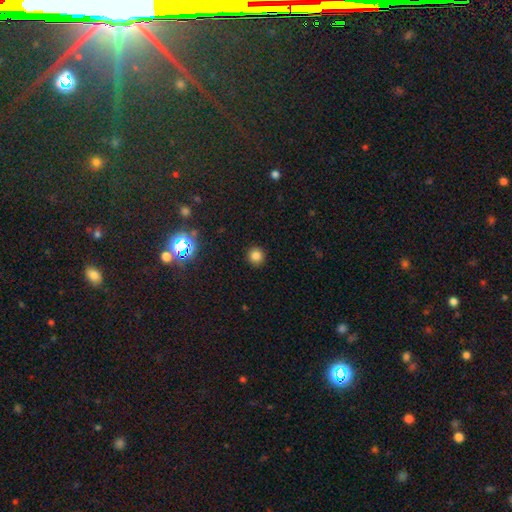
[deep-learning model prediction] A smooth galaxy with no disk features (82%) that is round (94%). Merging: none (92%).